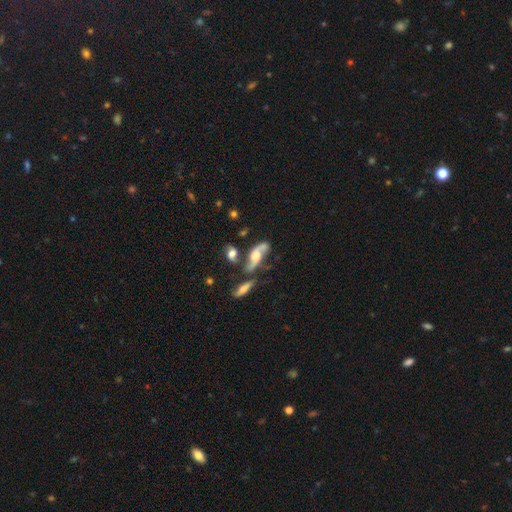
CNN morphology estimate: Q: Smooth or featured?
A: featured or disk (76%); runner-up: smooth (17%)
Q: Edge-on disk?
A: no (83%); runner-up: yes (17%)
Q: Bar?
A: no (63%); runner-up: weak (28%)
Q: Spiral arms?
A: yes (91%); runner-up: no (9%)
Q: Spiral winding?
A: loose (62%); runner-up: medium (29%)
Q: Spiral arm count?
A: 2 (90%); runner-up: can't tell (4%)
Q: Bulge size?
A: moderate (43%); runner-up: large (35%)
Q: Merging?
A: none (47%); runner-up: merger (23%)